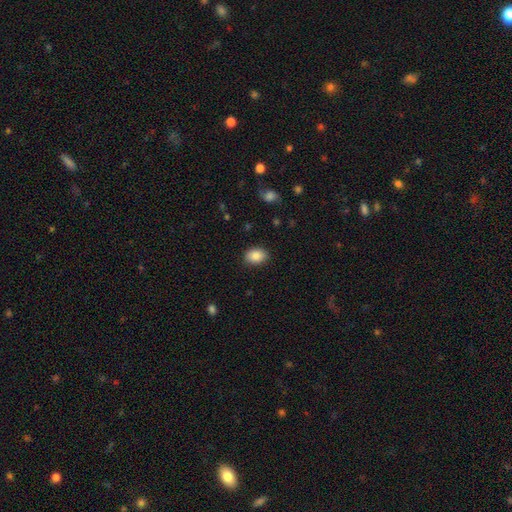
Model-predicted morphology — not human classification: Smooth or featured? Predicted: smooth (p=0.86). How rounded? Predicted: in between (p=0.79). Merging? Predicted: none (p=0.88).